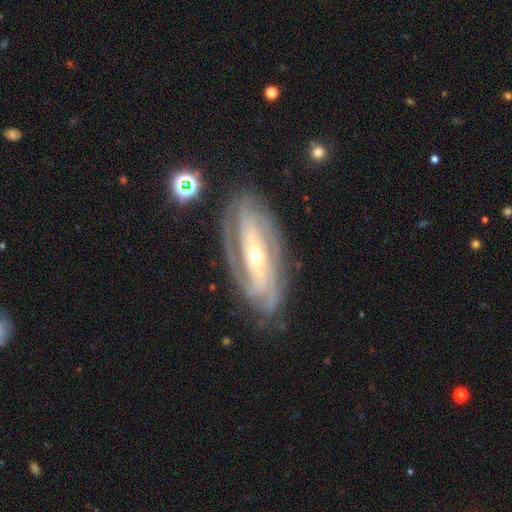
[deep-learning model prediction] Morphology: type=featured or disk (87%); edge-on=no (91%); bar=no (45%); spiral arms=yes (95%); winding=tight (69%); arm count=2 (29%); bulge=small (50%); merging=none (78%).